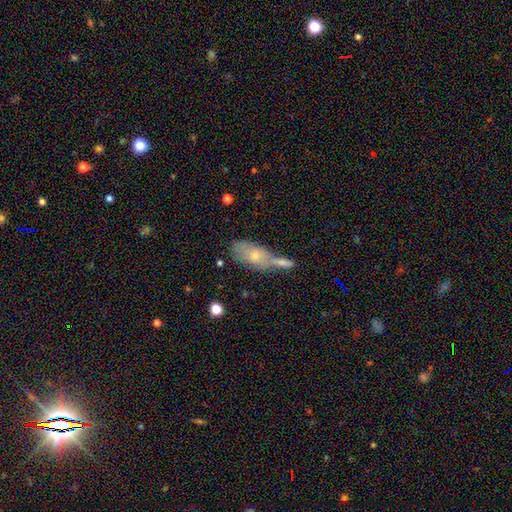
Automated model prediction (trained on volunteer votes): smooth_or_featured: smooth (p=0.58) [alt: featured or disk p=0.33]
how_rounded: in between (p=0.83) [alt: cigar-shaped p=0.12]
merging: merger (p=0.41) [alt: none p=0.36]